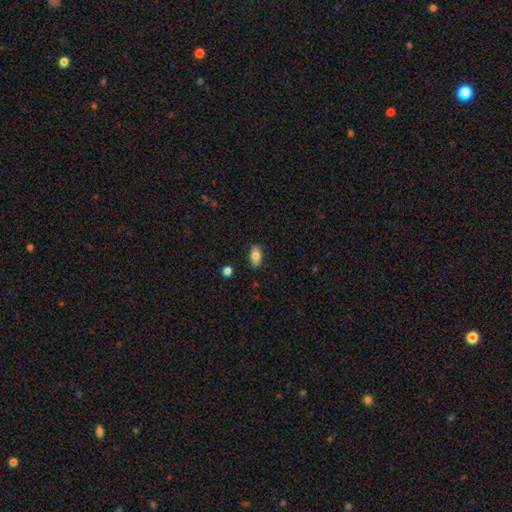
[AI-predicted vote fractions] smooth_or_featured: smooth (p=0.79) [alt: featured or disk p=0.13]
how_rounded: in between (p=0.89) [alt: cigar-shaped p=0.06]
merging: none (p=0.77) [alt: minor disturbance p=0.18]